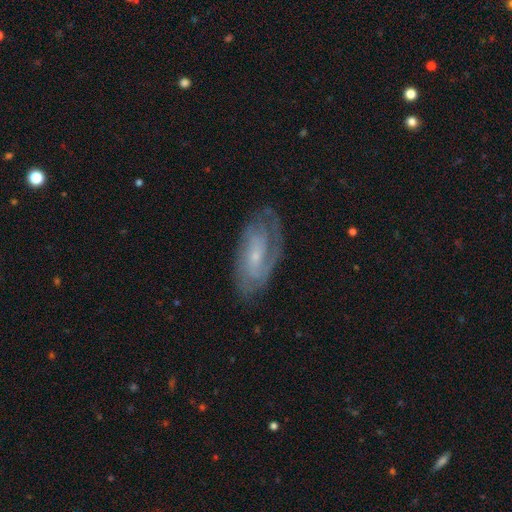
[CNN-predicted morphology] This is likely a featured or disk galaxy (77%). It is clearly not viewed edge-on (93%). Bar: possibly no (57%). Spiral arm pattern: clearly yes (90%). Spiral arm count: marginally 2 (38%, tied with can't tell). Spiral winding: possibly tight (58%). Central bulge: likely small (71%). Merging: likely none (72%).